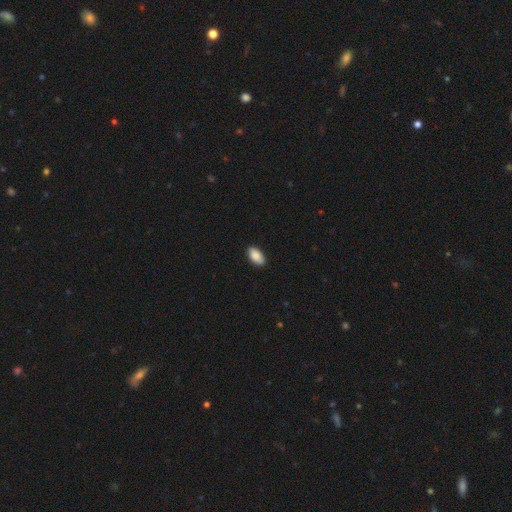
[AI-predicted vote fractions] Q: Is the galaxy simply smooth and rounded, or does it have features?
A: smooth — 89%.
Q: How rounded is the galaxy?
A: in between — 95%.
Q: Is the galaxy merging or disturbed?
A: none — 89%.